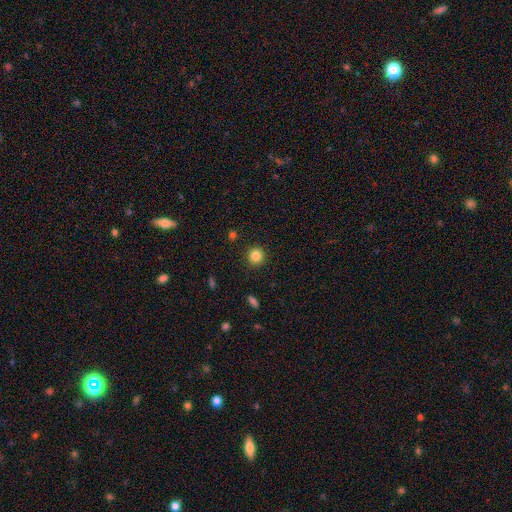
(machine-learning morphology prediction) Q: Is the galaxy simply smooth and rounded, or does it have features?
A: smooth — 84%.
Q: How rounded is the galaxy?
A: round — 92%.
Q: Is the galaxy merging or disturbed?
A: none — 92%.